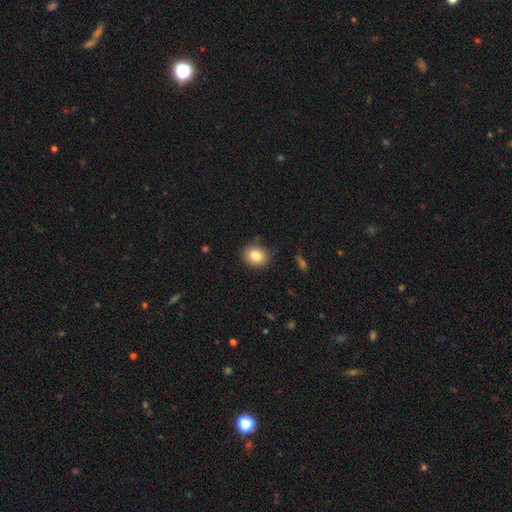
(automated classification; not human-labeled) smooth-or-featured: smooth: 82% | star or artifact: 10% | featured or disk: 9%
  how-rounded: round: 72% | in between: 27% | cigar-shaped: 1%
  merging: none: 85% | minor disturbance: 11% | major disturbance: 2% | merger: 2%